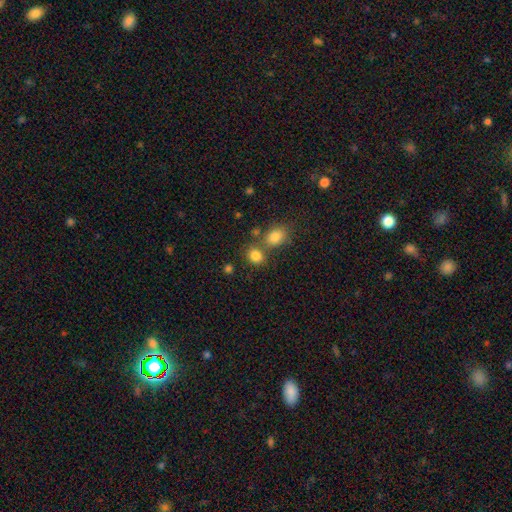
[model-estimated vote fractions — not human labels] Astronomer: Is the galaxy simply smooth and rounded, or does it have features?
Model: smooth — 82%.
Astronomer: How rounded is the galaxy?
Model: round — 62% (runner-up: in between, 37%).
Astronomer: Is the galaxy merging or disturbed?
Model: none — 60%.